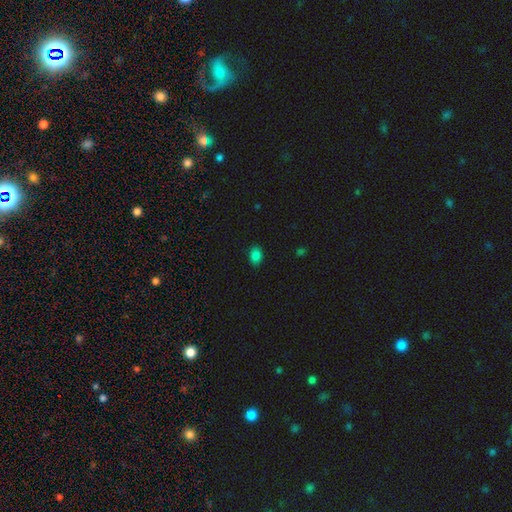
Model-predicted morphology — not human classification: smooth_or_featured: smooth (p=0.83) [alt: star or artifact p=0.13]
how_rounded: in between (p=0.79) [alt: round p=0.20]
merging: none (p=0.87) [alt: minor disturbance p=0.10]